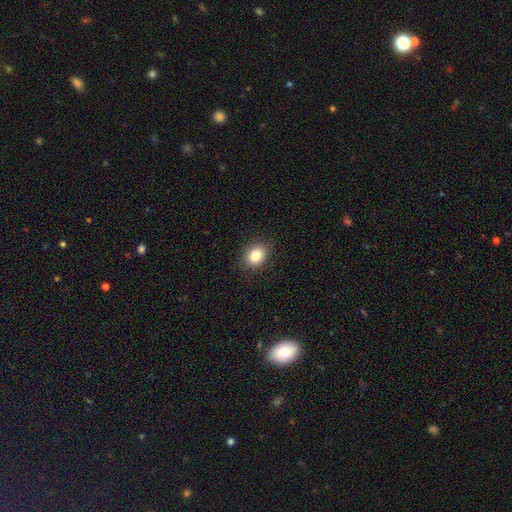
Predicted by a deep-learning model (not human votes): Smooth or featured: smooth — 83% (star or artifact — 10%)
How rounded: in between — 53% (round — 46%)
Merging: none — 89% (minor disturbance — 8%)